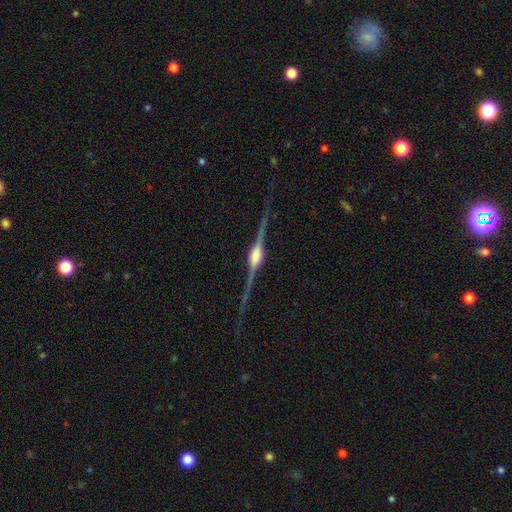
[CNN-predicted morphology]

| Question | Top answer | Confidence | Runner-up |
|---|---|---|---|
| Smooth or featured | featured or disk | 90% | star or artifact (5%) |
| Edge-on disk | yes | 98% | no (2%) |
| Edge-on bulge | rounded | 80% | boxy (17%) |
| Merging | none | 87% | minor disturbance (9%) |